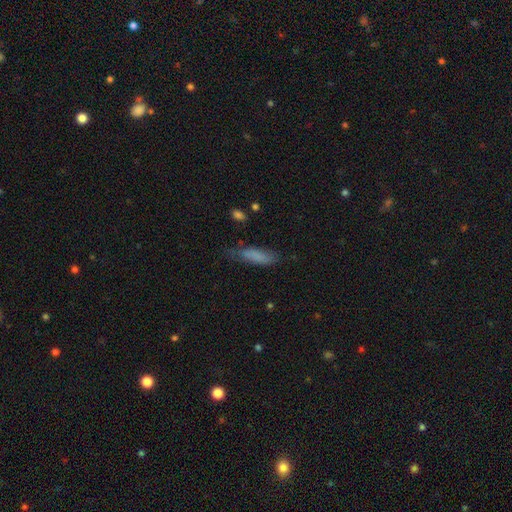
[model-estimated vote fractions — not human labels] Q: Smooth or featured?
A: smooth (78%); runner-up: featured or disk (13%)
Q: How rounded?
A: in between (50%); runner-up: cigar-shaped (48%)
Q: Merging?
A: none (58%); runner-up: minor disturbance (28%)